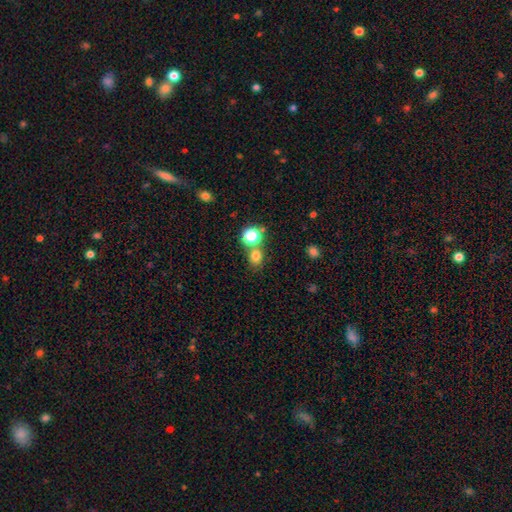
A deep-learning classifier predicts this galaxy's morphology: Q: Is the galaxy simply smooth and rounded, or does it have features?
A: smooth — 75%.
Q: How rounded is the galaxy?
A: round — 75%.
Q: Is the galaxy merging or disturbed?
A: none — 65%.